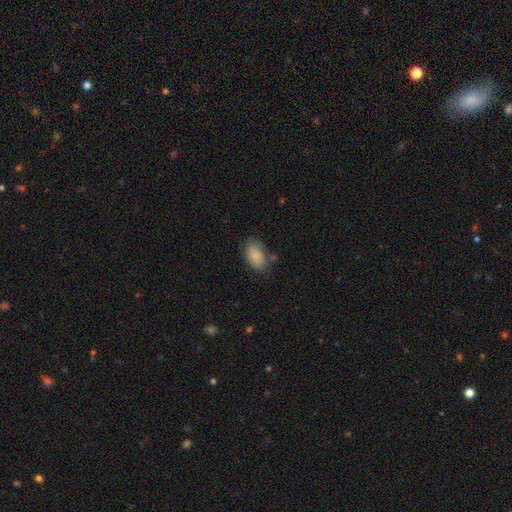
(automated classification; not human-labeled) smooth 86%, featured or disk 7%, star or artifact 7%. Down the decision tree: how rounded — in between (92%); merging — none (70%).